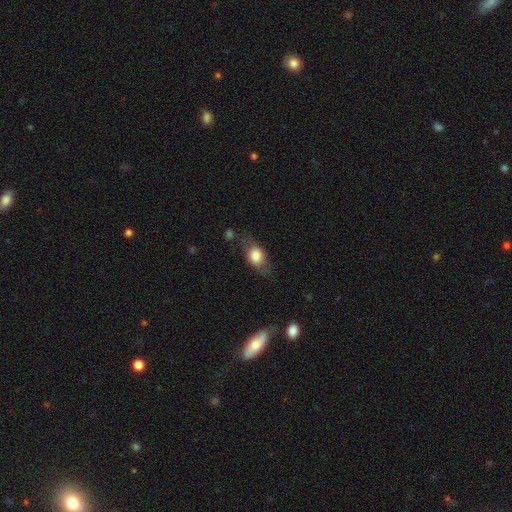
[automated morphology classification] Smooth or featured?
  - smooth: 68% *
  - featured or disk: 24%
  - star or artifact: 8%
How rounded?
  - in between: 68% *
  - round: 26%
  - cigar-shaped: 6%
Merging?
  - none: 63% *
  - minor disturbance: 22%
  - major disturbance: 11%
  - merger: 4%